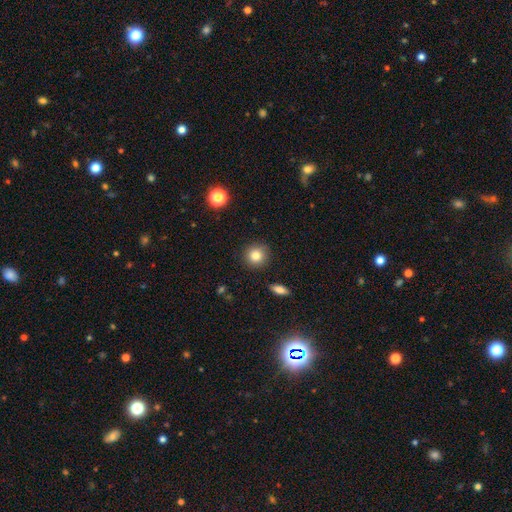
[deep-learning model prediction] Overall: smooth (83%). How rounded: round (91%). Merging: none (90%).